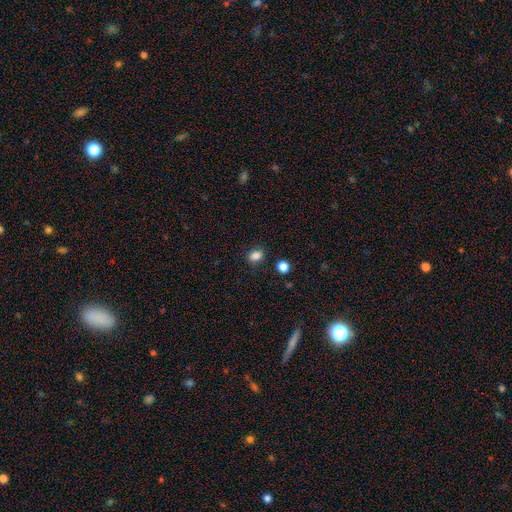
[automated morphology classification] smooth_or_featured: smooth (p=0.84) [alt: star or artifact p=0.11]
how_rounded: in between (p=0.57) [alt: round p=0.42]
merging: none (p=0.81) [alt: minor disturbance p=0.12]